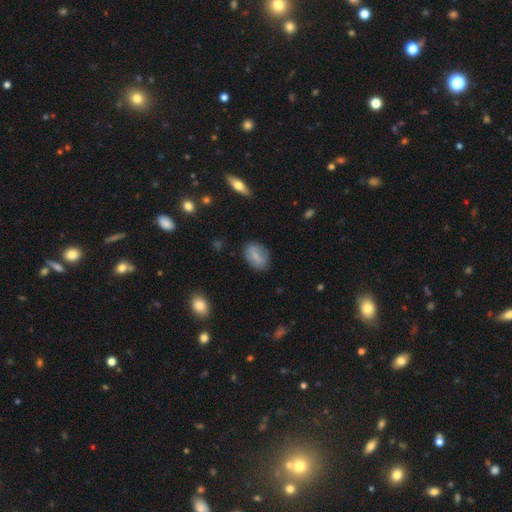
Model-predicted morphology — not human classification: Smooth or featured: smooth — 74% (featured or disk — 19%)
How rounded: in between — 81% (round — 17%)
Merging: none — 78% (minor disturbance — 16%)